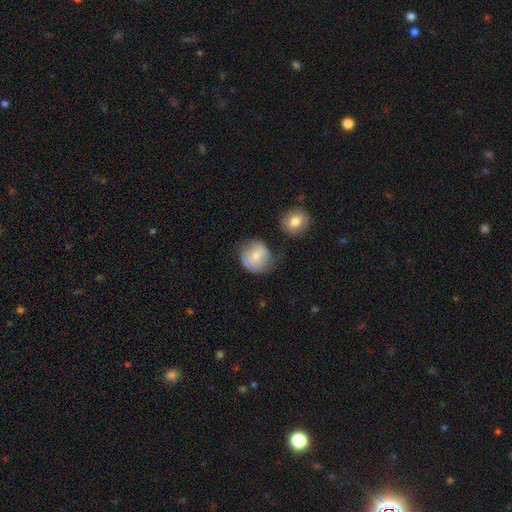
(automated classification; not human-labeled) Smooth or featured? smooth (58%)
How rounded? round (82%)
Merging? none (57%)